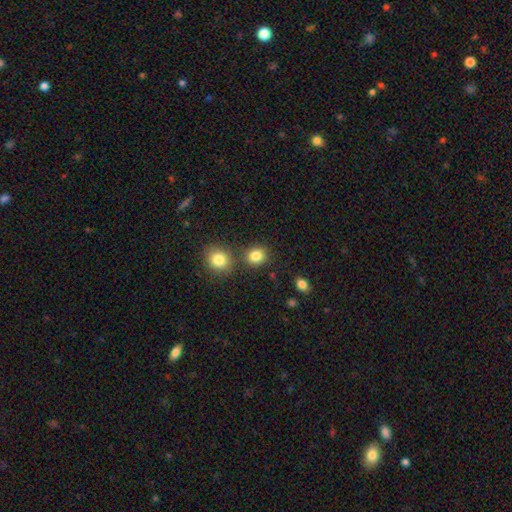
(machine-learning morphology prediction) smooth_or_featured: smooth (p=0.83) [alt: star or artifact p=0.11]
how_rounded: round (p=0.81) [alt: in between p=0.18]
merging: none (p=0.75) [alt: merger p=0.13]